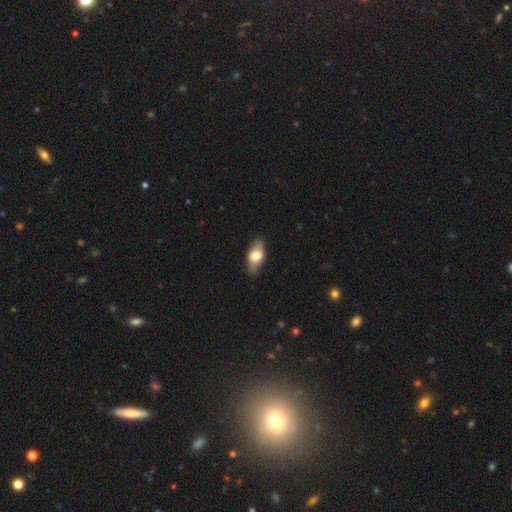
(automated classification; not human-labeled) Overall: smooth (65%; featured or disk 28%). How rounded: in between (84%). Merging: none (82%).